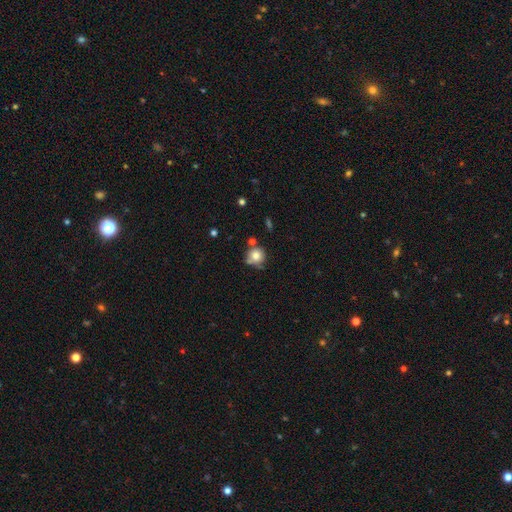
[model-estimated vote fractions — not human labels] Smooth or featured? smooth (77%)
How rounded? round (90%)
Merging? none (63%)